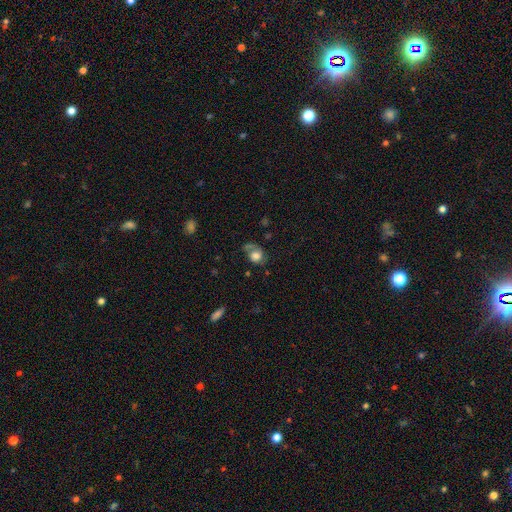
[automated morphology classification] Smooth or featured?
  - smooth: 63% *
  - featured or disk: 26%
  - star or artifact: 11%
How rounded?
  - round: 56% *
  - in between: 42%
  - cigar-shaped: 1%
Merging?
  - none: 37% *
  - major disturbance: 32%
  - minor disturbance: 25%
  - merger: 6%